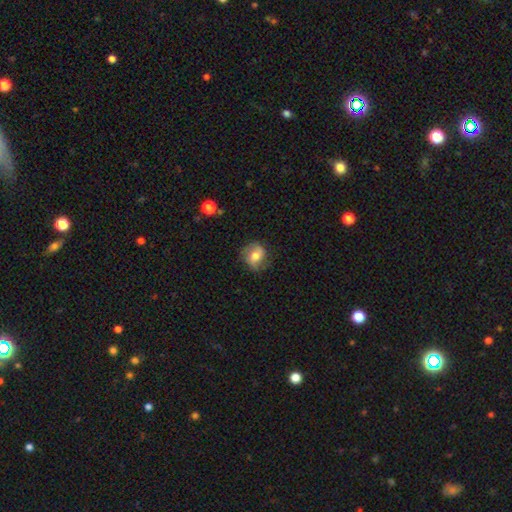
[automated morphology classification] Smooth or featured? Predicted: smooth (p=0.57). How rounded? Predicted: round (p=0.66). Merging? Predicted: none (p=0.70).